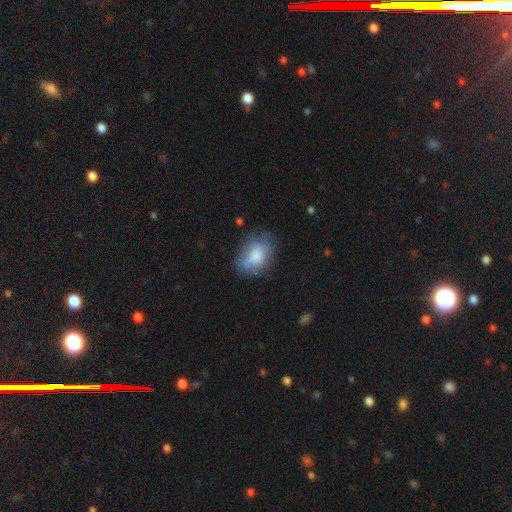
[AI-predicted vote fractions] Smooth or featured? Predicted: smooth (p=0.79). How rounded? Predicted: in between (p=0.83). Merging? Predicted: none (p=0.65).